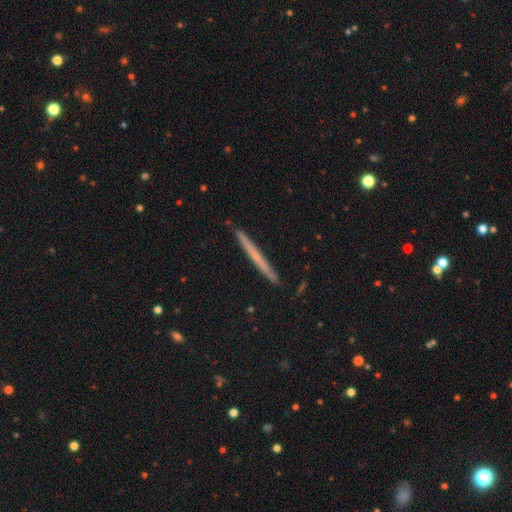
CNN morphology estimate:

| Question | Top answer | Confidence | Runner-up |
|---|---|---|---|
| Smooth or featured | smooth | 52% | featured or disk (42%) |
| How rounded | cigar-shaped | 97% | in between (1%) |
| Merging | none | 91% | minor disturbance (6%) |